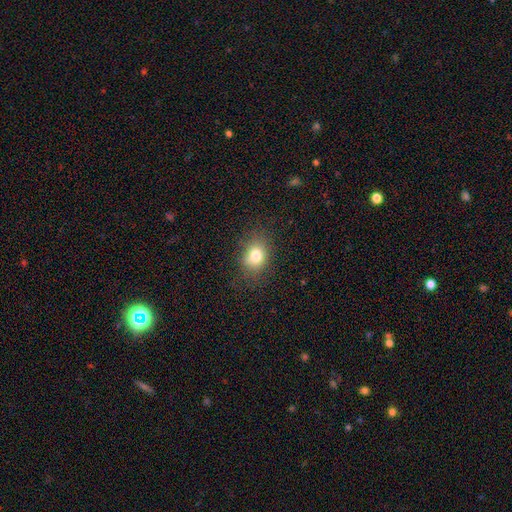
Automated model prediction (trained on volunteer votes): smooth_or_featured: smooth (p=0.78) [alt: star or artifact p=0.13]
how_rounded: in between (p=0.51) [alt: round p=0.48]
merging: none (p=0.75) [alt: minor disturbance p=0.17]